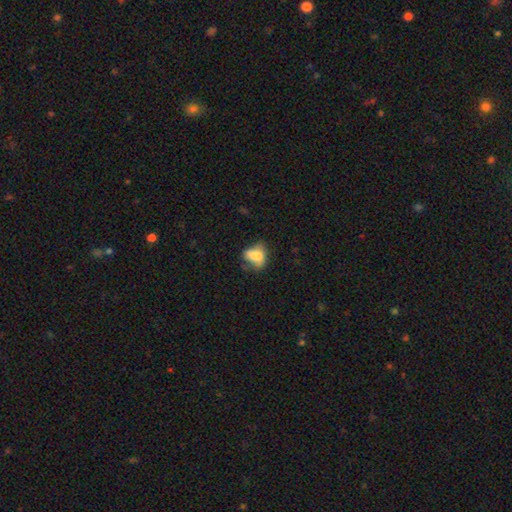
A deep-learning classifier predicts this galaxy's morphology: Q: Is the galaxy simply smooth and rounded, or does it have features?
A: smooth — 68%.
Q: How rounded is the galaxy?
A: in between — 74%.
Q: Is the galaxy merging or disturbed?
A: none — 35%.